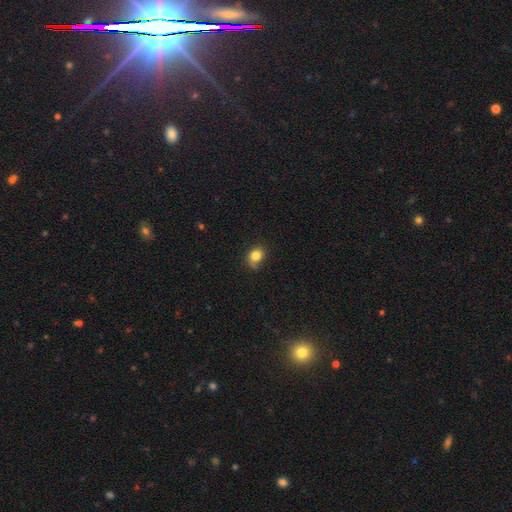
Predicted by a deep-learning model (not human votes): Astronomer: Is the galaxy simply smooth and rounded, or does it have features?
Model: smooth — 82%.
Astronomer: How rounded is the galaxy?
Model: round — 58% (runner-up: in between, 41%).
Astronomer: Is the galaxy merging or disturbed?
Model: none — 67%.